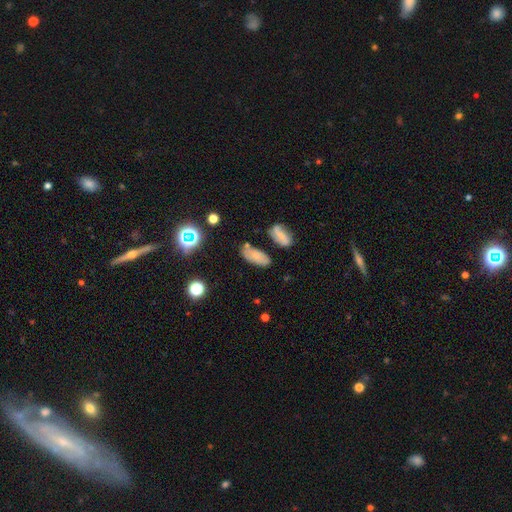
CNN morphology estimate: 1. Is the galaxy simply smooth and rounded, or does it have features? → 65% smooth, 22% featured or disk, 13% star or artifact.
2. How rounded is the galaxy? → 87% in between, 8% cigar-shaped, 4% round.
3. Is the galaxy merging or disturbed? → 66% none, 19% minor disturbance, 9% merger, 6% major disturbance.